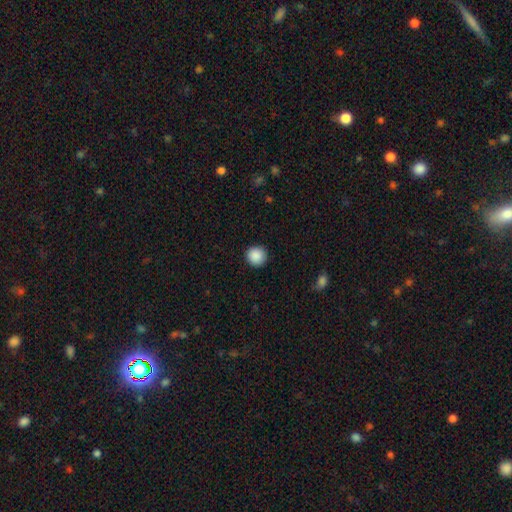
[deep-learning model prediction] Smooth or featured: smooth — 89% (star or artifact — 8%)
How rounded: round — 94% (in between — 5%)
Merging: none — 92% (minor disturbance — 5%)